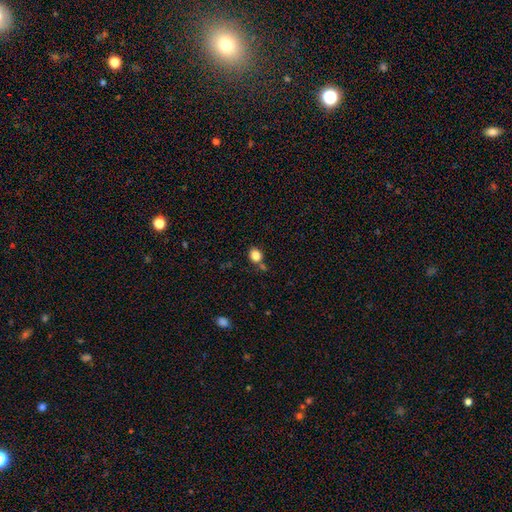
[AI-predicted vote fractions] Morphology: type=smooth (84%); roundness=round (67%); merging=none (66%).